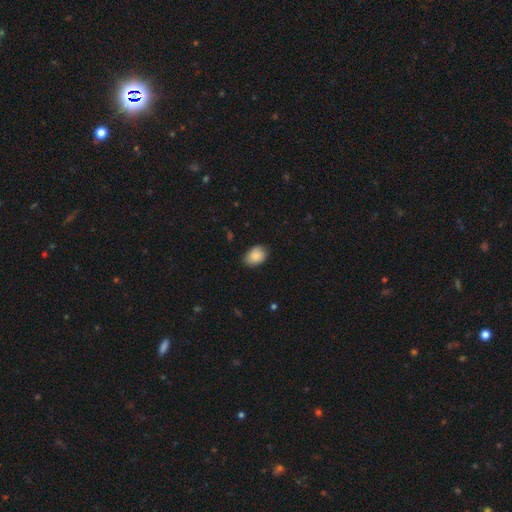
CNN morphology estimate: smooth 87%, star or artifact 7%, featured or disk 6%. Down the decision tree: how rounded — in between (75%); merging — none (76%).